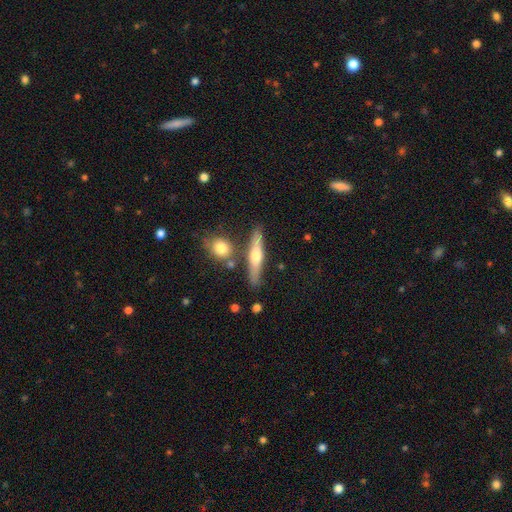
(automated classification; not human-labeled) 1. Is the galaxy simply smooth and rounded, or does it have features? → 53% featured or disk, 41% smooth, 6% star or artifact.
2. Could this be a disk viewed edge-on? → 92% yes, 8% no.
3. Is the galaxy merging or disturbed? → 79% none, 10% minor disturbance, 8% merger, 3% major disturbance.